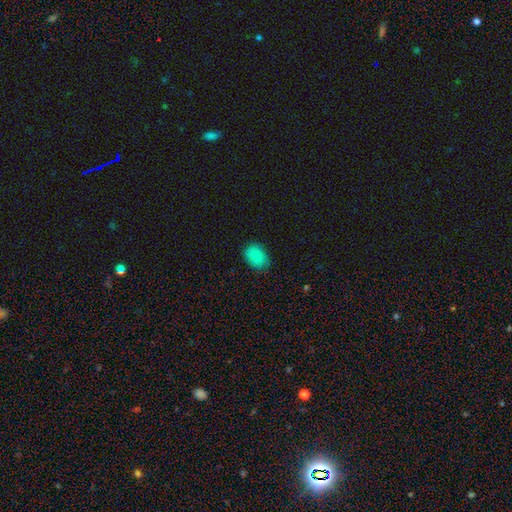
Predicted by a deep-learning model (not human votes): smooth_or_featured: smooth (p=0.84) [alt: star or artifact p=0.11]
how_rounded: in between (p=0.77) [alt: round p=0.22]
merging: none (p=0.80) [alt: minor disturbance p=0.16]